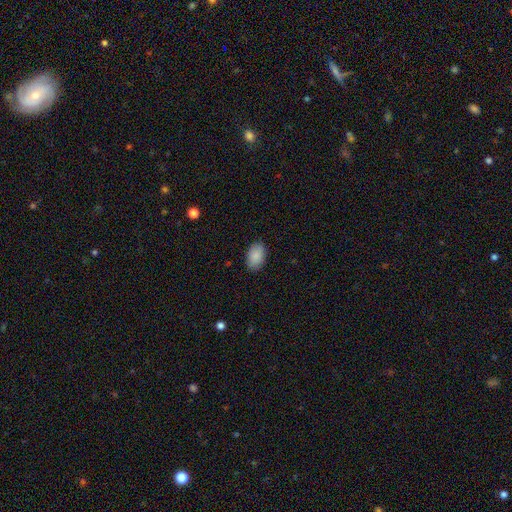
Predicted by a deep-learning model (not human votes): The model was most divided on "merging": none: 87%, minor disturbance: 10%, major disturbance: 2%, merger: 1%. More confident: how rounded — in between (91%); smooth or featured — smooth (89%).